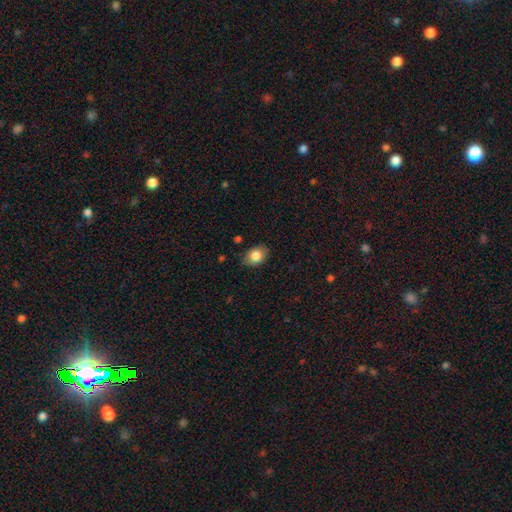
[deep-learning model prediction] This is clearly a smooth galaxy (83%). How rounded: likely in between (69%). Merging: clearly none (82%).